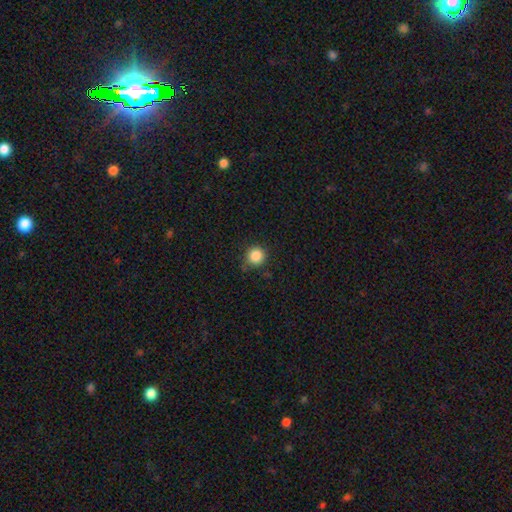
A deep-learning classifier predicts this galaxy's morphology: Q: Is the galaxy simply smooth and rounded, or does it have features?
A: smooth — 85%.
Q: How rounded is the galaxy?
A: round — 93%.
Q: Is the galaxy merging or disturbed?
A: none — 82%.